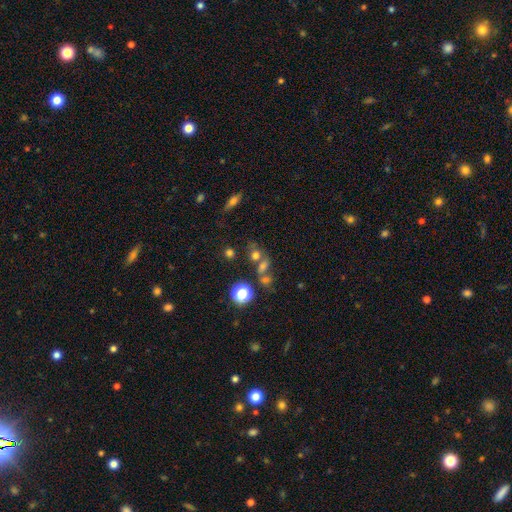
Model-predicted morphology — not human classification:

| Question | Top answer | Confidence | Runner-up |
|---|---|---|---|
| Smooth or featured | smooth | 60% | star or artifact (26%) |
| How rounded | round | 65% | in between (32%) |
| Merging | none | 44% | merger (37%) |